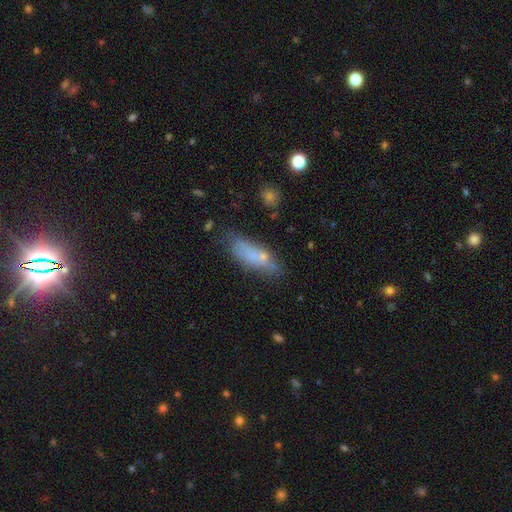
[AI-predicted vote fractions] Smooth or featured? smooth (66%)
How rounded? in between (52%)
Merging? none (61%)